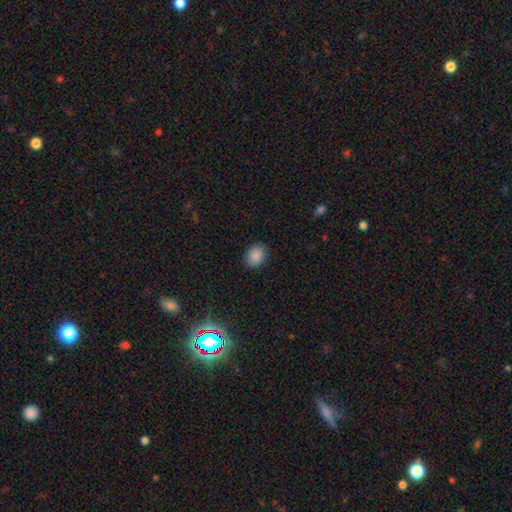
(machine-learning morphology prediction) smooth-or-featured: smooth: 88% | star or artifact: 9% | featured or disk: 3%
  how-rounded: in between: 58% | round: 41% | cigar-shaped: 1%
  merging: none: 88% | minor disturbance: 8% | major disturbance: 2% | merger: 1%